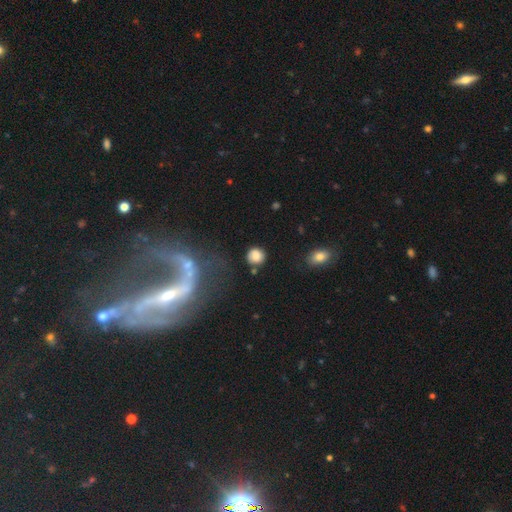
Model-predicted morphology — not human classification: Smooth or featured? smooth (80%)
How rounded? round (87%)
Merging? none (77%)